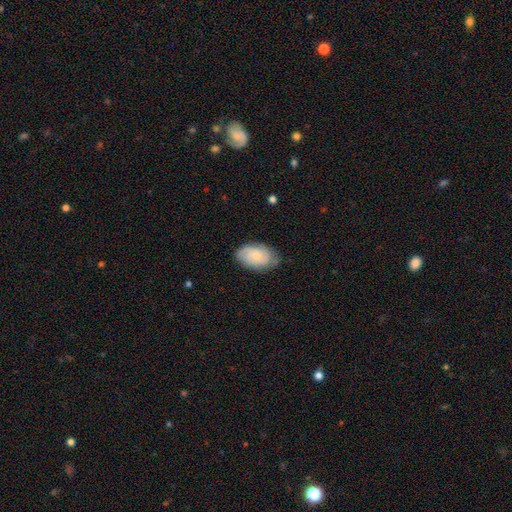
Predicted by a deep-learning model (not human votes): A featured or disk galaxy (49%).

Vote fractions:
- Smooth or featured? featured or disk: 49% / smooth: 45% / star or artifact: 6%
- Merging? none: 75% / minor disturbance: 20% / major disturbance: 4% / merger: 1%